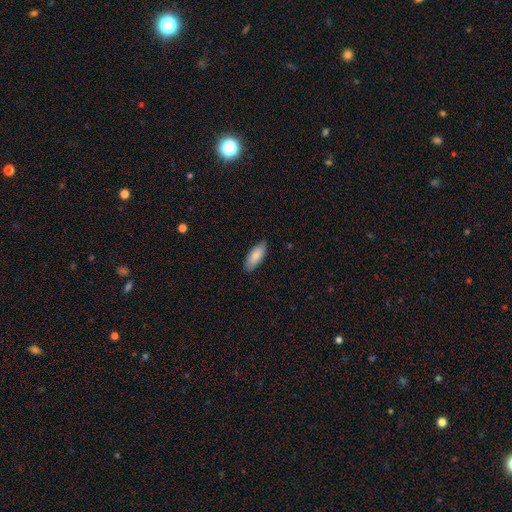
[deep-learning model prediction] Overall: smooth (84%). How rounded: in between (78%). Merging: none (84%).